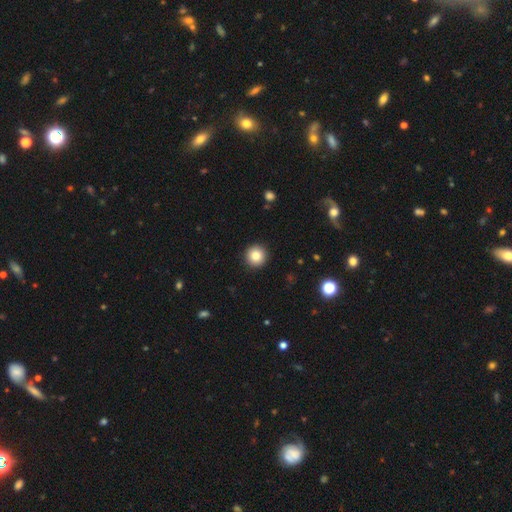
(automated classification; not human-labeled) Smooth or featured? smooth (84%)
How rounded? round (96%)
Merging? none (93%)